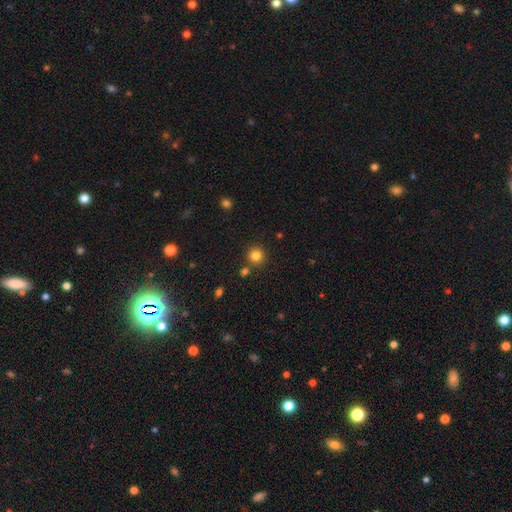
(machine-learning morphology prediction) A smooth galaxy with no disk features (83%) that is round (93%). Merging: none (84%).